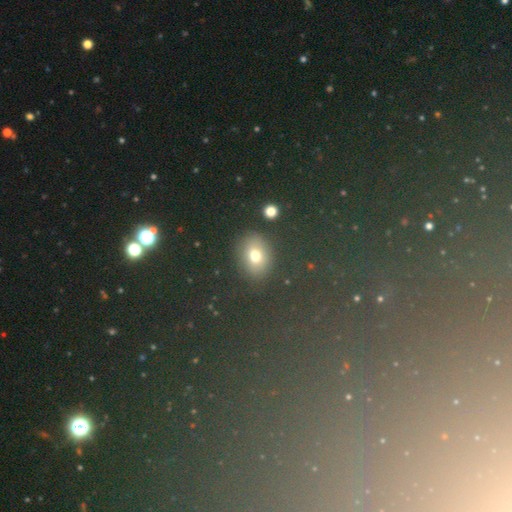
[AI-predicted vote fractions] smooth 70%, star or artifact 19%, featured or disk 11%. Down the decision tree: how rounded — in between (52%); merging — none (82%).